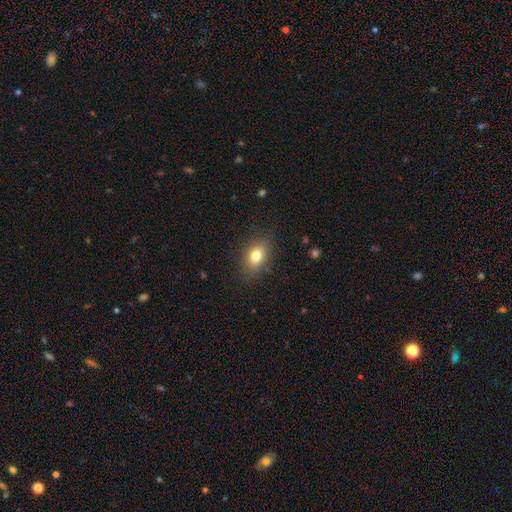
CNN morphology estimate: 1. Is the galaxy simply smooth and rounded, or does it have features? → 78% smooth, 12% featured or disk, 11% star or artifact.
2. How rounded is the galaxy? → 74% in between, 24% round, 2% cigar-shaped.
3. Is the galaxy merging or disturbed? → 84% none, 11% minor disturbance, 3% major disturbance, 1% merger.